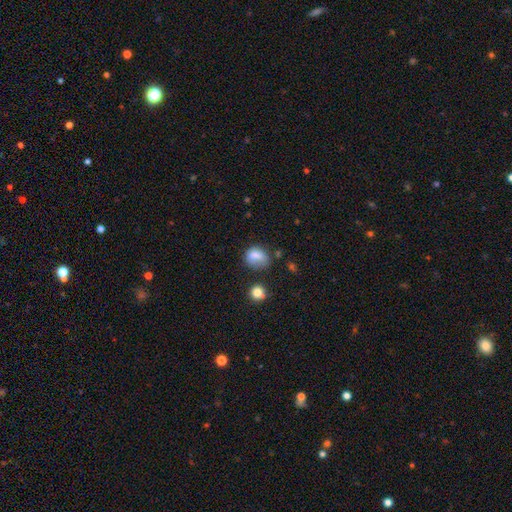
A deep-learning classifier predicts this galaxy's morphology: A smooth galaxy with no disk features (78%) that is in between round and cigar-shaped (50%). Merging: none (46%).